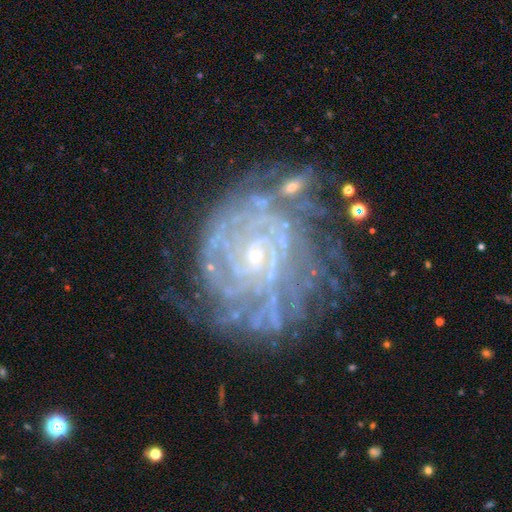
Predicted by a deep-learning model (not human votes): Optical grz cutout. It shows a featured or disk galaxy (86%) with no bar (65%), tight (79%) spiral arms (94%) and a small central bulge (78%). Merging: none (59%).